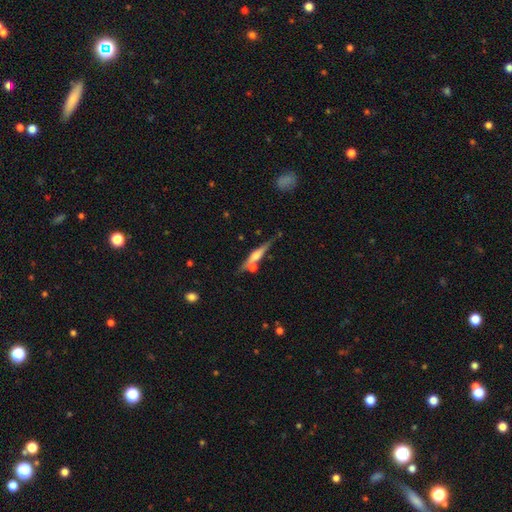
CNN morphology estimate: Smooth or featured: featured or disk — 69% (smooth — 24%)
Edge-on disk: yes — 96% (no — 4%)
Edge-on bulge: rounded — 85% (boxy — 9%)
Merging: none — 70% (merger — 14%)